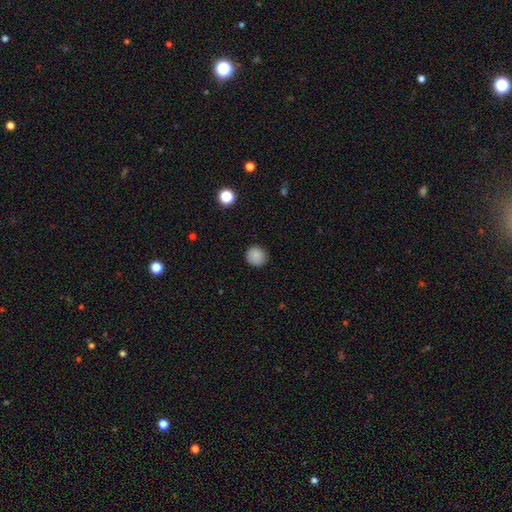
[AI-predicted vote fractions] A smooth galaxy with no disk features (85%) that is round (89%). Merging: none (88%).